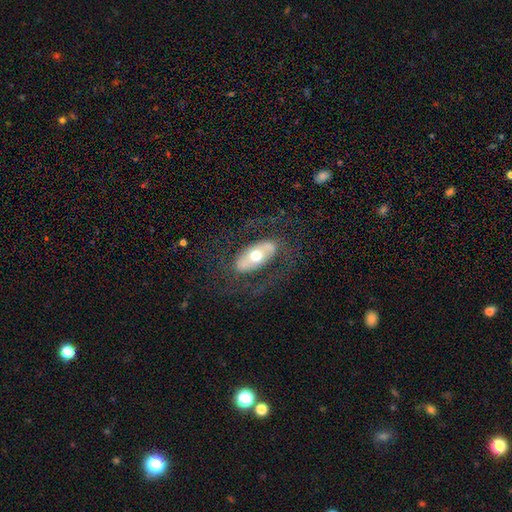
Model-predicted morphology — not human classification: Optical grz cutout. It shows a featured or disk galaxy (60%) with no bar (61%), spiral arms (50%, tied with no) and a moderate central bulge (68%). Merging: none (74%).